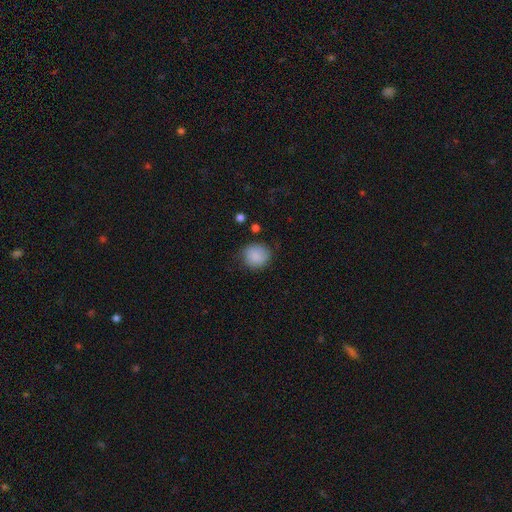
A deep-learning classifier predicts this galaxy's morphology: This appears to be a smooth galaxy with no disk features (85%) that is round (85%). Merging: none (76%).